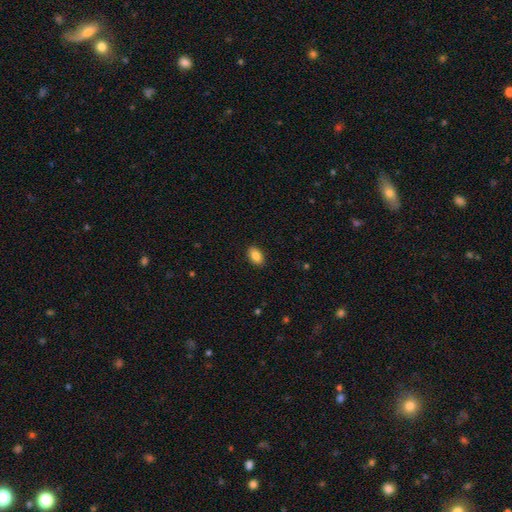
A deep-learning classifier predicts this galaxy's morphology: This is clearly a smooth galaxy (87%). How rounded: clearly in between (91%). Merging: clearly none (89%).